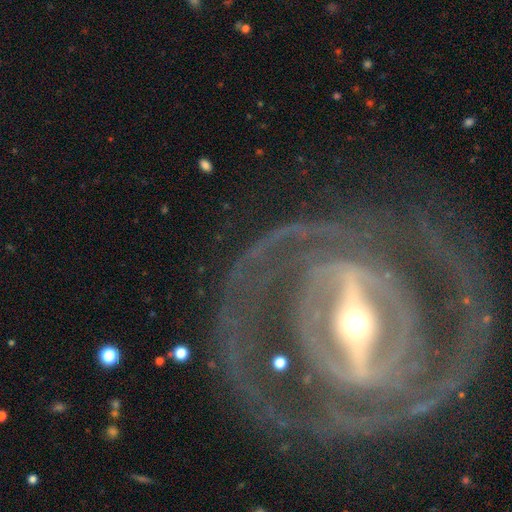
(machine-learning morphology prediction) Smooth or featured?
  - featured or disk: 89% *
  - smooth: 5%
  - star or artifact: 5%
Edge-on disk?
  - no: 91% *
  - yes: 9%
Bar?
  - strong: 82% *
  - weak: 13%
  - no: 6%
Spiral arms?
  - yes: 81% *
  - no: 19%
Spiral winding?
  - tight: 60% *
  - medium: 29%
  - loose: 11%
Spiral arm count?
  - 2: 52% *
  - can't tell: 21%
  - 3: 10%
  - 1: 6%
  - 4: 6%
  - more than 4: 5%
Bulge size?
  - moderate: 48% *
  - small: 43%
  - large: 6%
  - dominant: 2%
  - none: 1%
Merging?
  - none: 73% *
  - major disturbance: 14%
  - minor disturbance: 11%
  - merger: 2%